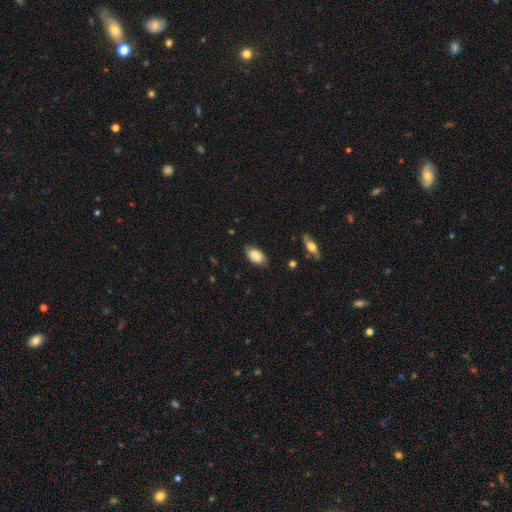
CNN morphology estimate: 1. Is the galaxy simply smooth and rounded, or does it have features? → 82% smooth, 12% featured or disk, 7% star or artifact.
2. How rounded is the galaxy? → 93% in between, 5% round, 2% cigar-shaped.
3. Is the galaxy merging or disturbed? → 77% none, 18% minor disturbance, 3% major disturbance, 1% merger.